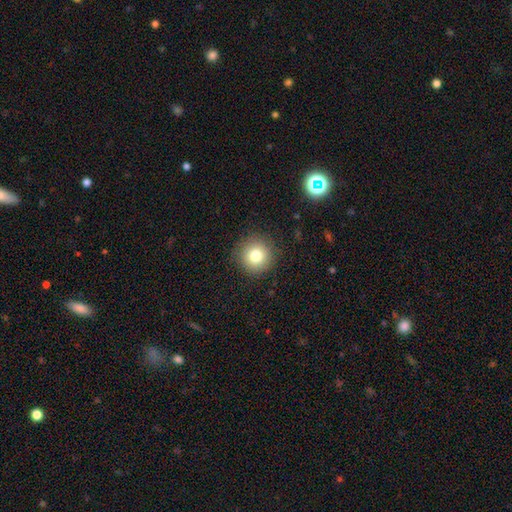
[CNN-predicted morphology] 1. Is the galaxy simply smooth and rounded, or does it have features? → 80% smooth, 11% star or artifact, 10% featured or disk.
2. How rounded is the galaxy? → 95% round, 4% in between, 1% cigar-shaped.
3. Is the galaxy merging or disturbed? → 90% none, 7% minor disturbance, 2% major disturbance, 1% merger.